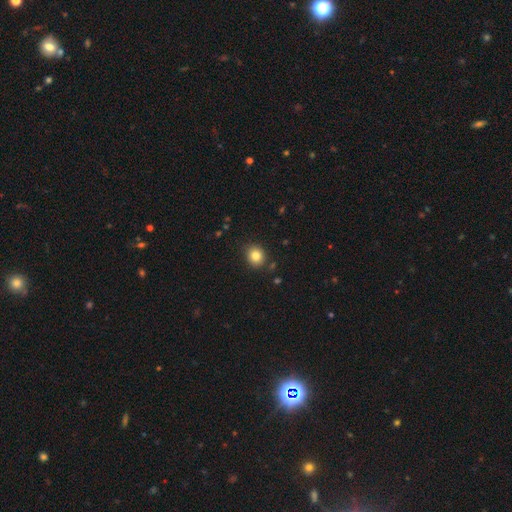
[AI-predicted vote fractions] Q: Smooth or featured?
A: smooth (83%); runner-up: star or artifact (11%)
Q: How rounded?
A: round (71%); runner-up: in between (28%)
Q: Merging?
A: none (85%); runner-up: minor disturbance (10%)